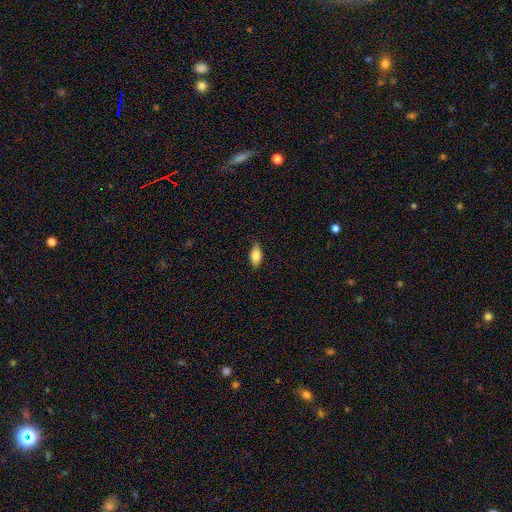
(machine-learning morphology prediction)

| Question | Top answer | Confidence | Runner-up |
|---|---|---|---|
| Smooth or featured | smooth | 80% | featured or disk (13%) |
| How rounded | in between | 86% | cigar-shaped (10%) |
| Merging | none | 80% | minor disturbance (16%) |